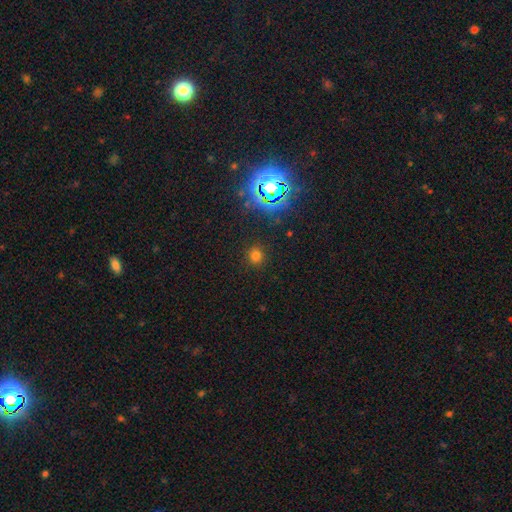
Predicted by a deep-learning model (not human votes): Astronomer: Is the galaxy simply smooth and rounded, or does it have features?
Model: smooth — 69%.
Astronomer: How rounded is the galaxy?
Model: round — 88%.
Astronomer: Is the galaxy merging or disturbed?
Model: none — 88%.